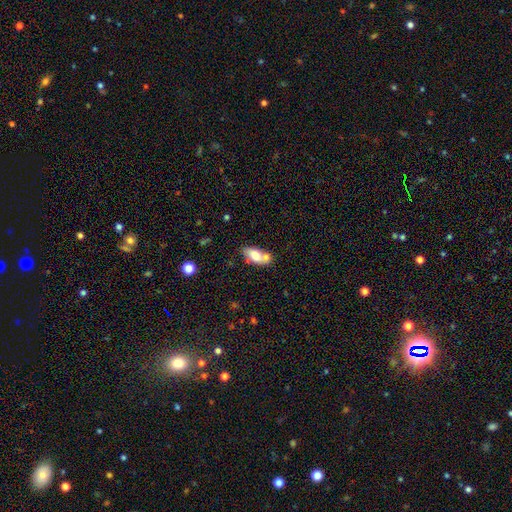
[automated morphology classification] This is likely a smooth galaxy (69%). How rounded: clearly in between (85%). Merging: marginally none (43%).